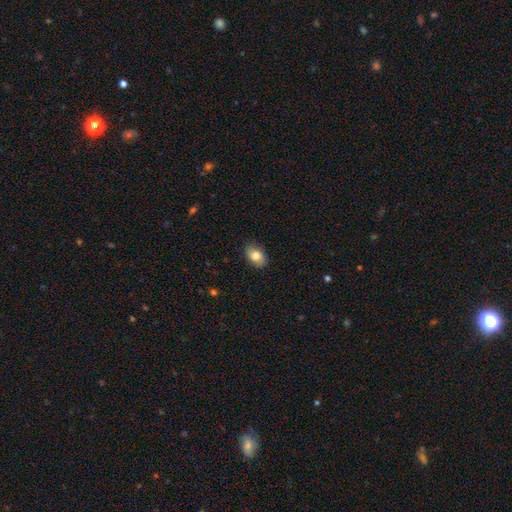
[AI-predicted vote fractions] This appears to be a smooth galaxy with no disk features (83%) that is in between round and cigar-shaped (86%). Merging: none (84%).